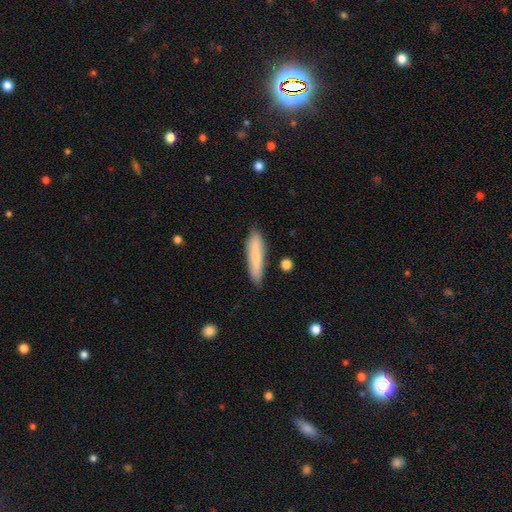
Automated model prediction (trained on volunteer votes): Overall: smooth (77%). How rounded: cigar-shaped (82%). Merging: none (83%).